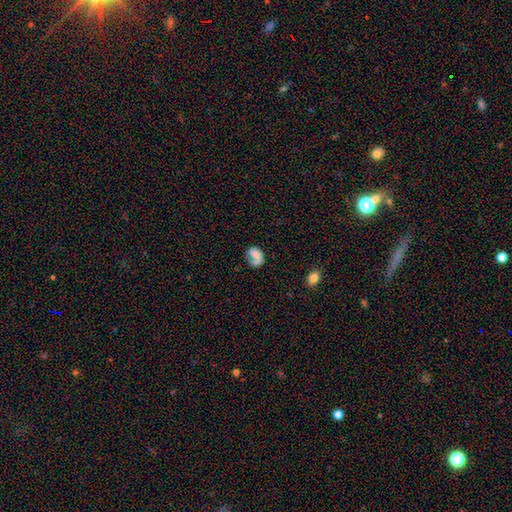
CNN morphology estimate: Q: Smooth or featured?
A: smooth (53%); runner-up: featured or disk (38%)
Q: How rounded?
A: in between (59%); runner-up: round (39%)
Q: Merging?
A: none (48%); runner-up: major disturbance (27%)